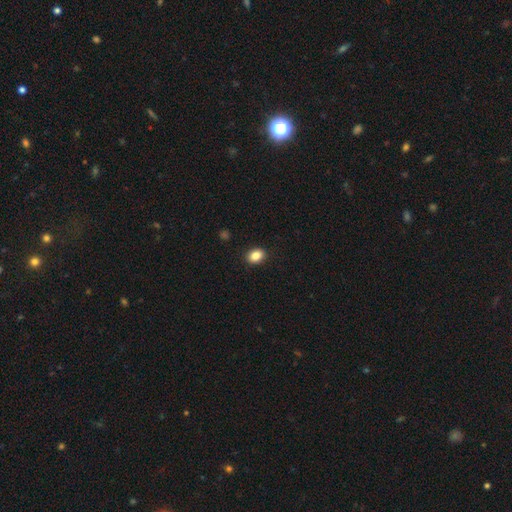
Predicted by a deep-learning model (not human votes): A smooth galaxy with no disk features (86%) that is in between round and cigar-shaped (66%).

Vote fractions:
- Smooth or featured? smooth: 86% / star or artifact: 9% / featured or disk: 5%
- How rounded? in between: 66% / round: 33% / cigar-shaped: 1%
- Merging? none: 90% / minor disturbance: 7% / major disturbance: 2% / merger: 1%